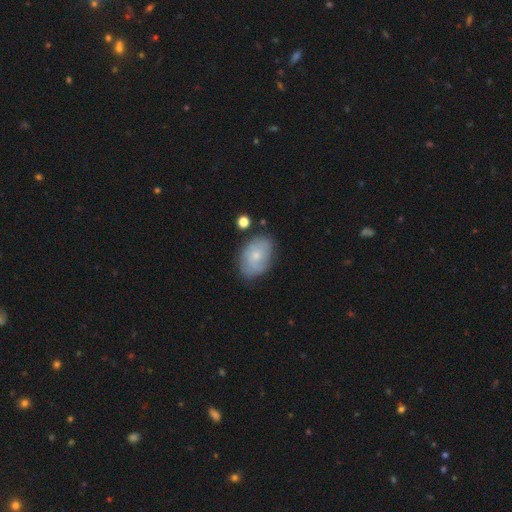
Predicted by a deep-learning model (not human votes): This appears to be a smooth galaxy with no disk features (55%) that is in between round and cigar-shaped (83%). Merging: none (71%).